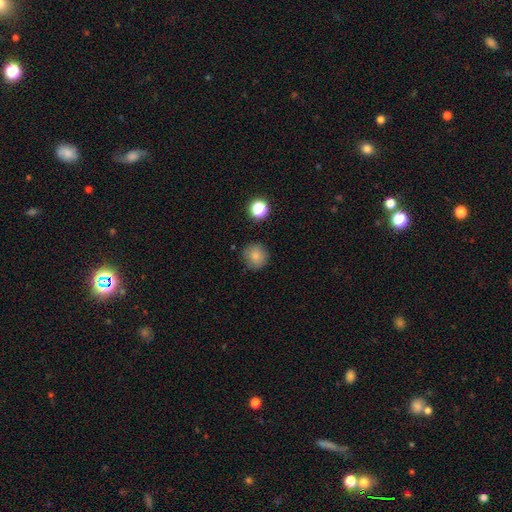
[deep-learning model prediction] A smooth galaxy with no disk features (81%) that is round (93%).

Vote fractions:
- Smooth or featured? smooth: 81% / star or artifact: 11% / featured or disk: 8%
- How rounded? round: 93% / in between: 6% / cigar-shaped: 1%
- Merging? none: 84% / minor disturbance: 11% / major disturbance: 3% / merger: 2%